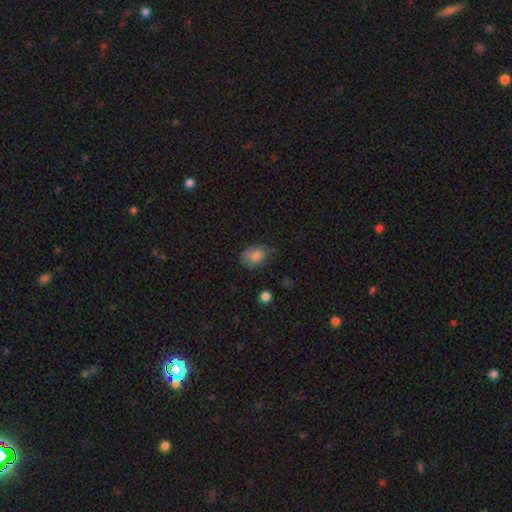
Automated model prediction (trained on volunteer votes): Smooth or featured?
  - smooth: 74% *
  - featured or disk: 16%
  - star or artifact: 10%
How rounded?
  - in between: 73% *
  - round: 26%
  - cigar-shaped: 1%
Merging?
  - none: 55% *
  - minor disturbance: 30%
  - major disturbance: 12%
  - merger: 3%